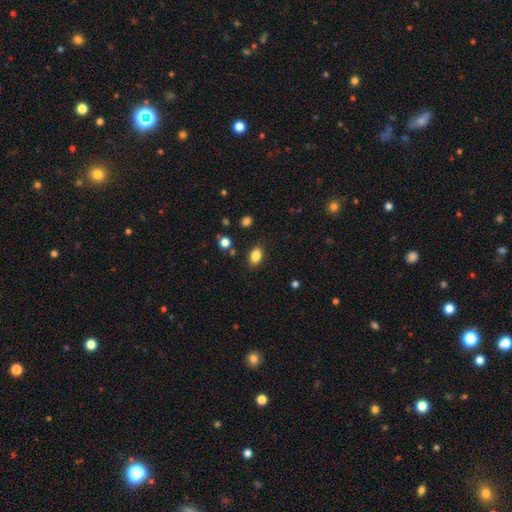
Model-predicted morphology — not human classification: Overall: smooth (85%). How rounded: in between (82%). Merging: none (85%).